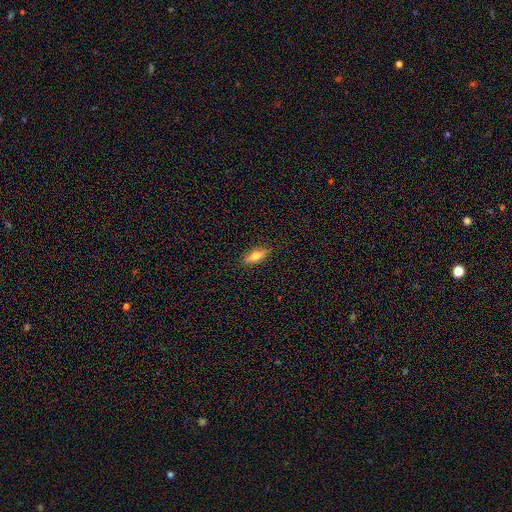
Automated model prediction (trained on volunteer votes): smooth-or-featured: smooth: 69% | featured or disk: 24% | star or artifact: 7%
  how-rounded: in between: 65% | cigar-shaped: 32% | round: 3%
  merging: none: 88% | minor disturbance: 9% | major disturbance: 2% | merger: 1%